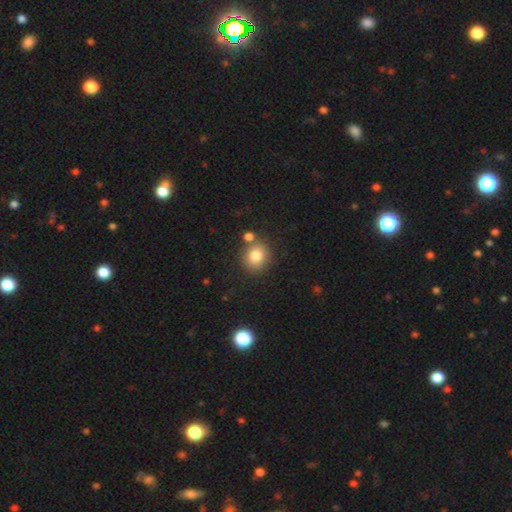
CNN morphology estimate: Smooth or featured: smooth — 81% (star or artifact — 11%)
How rounded: round — 80% (in between — 19%)
Merging: none — 73% (merger — 14%)